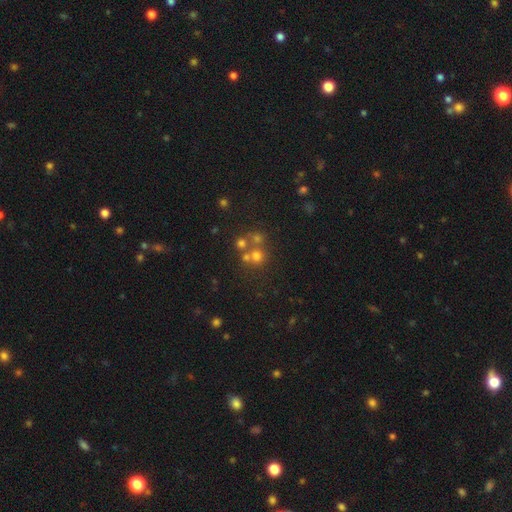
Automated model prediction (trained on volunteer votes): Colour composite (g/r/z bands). It shows a smooth galaxy with no disk features (55%) that is round (88%). Merging: none (53%).